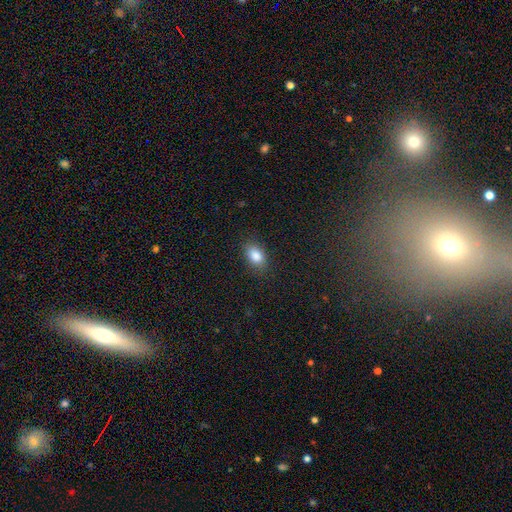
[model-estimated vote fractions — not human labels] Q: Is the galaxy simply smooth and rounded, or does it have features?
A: smooth — 86%.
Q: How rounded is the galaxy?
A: in between — 88%.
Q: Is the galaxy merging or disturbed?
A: none — 86%.